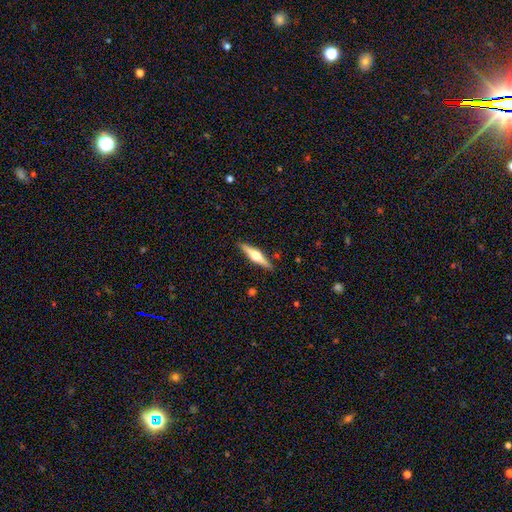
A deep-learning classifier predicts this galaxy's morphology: Smooth or featured? featured or disk (68%)
Edge-on disk? yes (97%)
Edge-on bulge? rounded (95%)
Merging? none (90%)